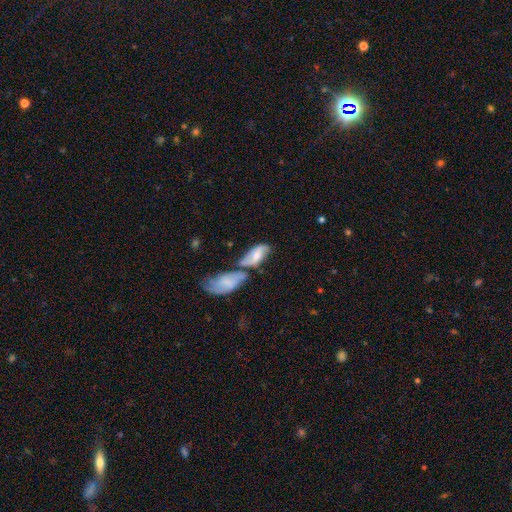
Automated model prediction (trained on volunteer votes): A featured or disk galaxy (48%).

Vote fractions:
- Smooth or featured? featured or disk: 48% / smooth: 45% / star or artifact: 7%
- Merging? merger: 41% / none: 34% / minor disturbance: 16% / major disturbance: 8%